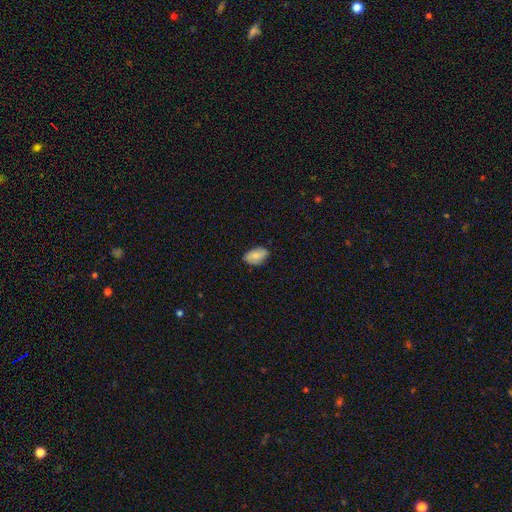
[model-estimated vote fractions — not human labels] This appears to be a smooth galaxy with no disk features (74%) that is in between round and cigar-shaped (92%). Merging: none (79%).